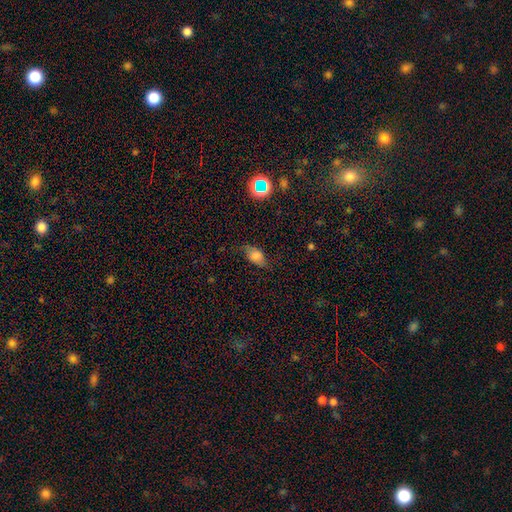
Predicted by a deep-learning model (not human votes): Smooth or featured? smooth (73%)
How rounded? in between (87%)
Merging? none (65%)